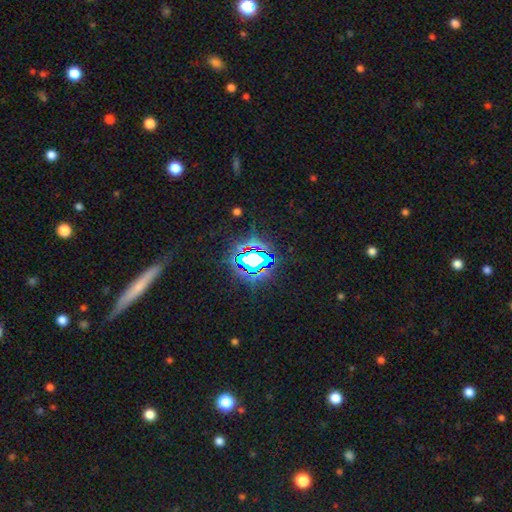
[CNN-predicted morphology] smooth-or-featured: star or artifact: 72% | smooth: 15% | featured or disk: 12%